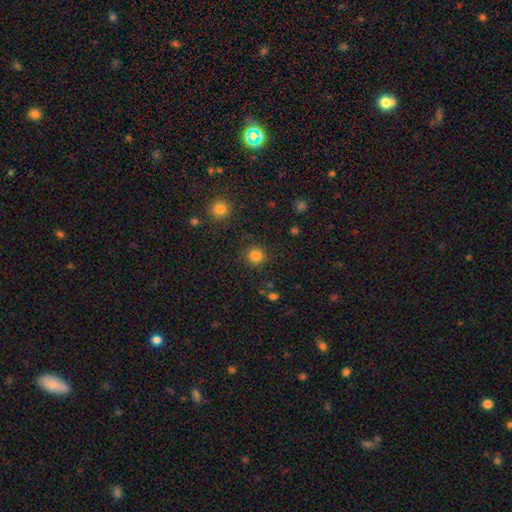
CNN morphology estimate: Smooth or featured?
  - smooth: 83% *
  - star or artifact: 13%
  - featured or disk: 4%
How rounded?
  - round: 93% *
  - in between: 6%
  - cigar-shaped: 1%
Merging?
  - none: 86% *
  - minor disturbance: 8%
  - major disturbance: 4%
  - merger: 2%